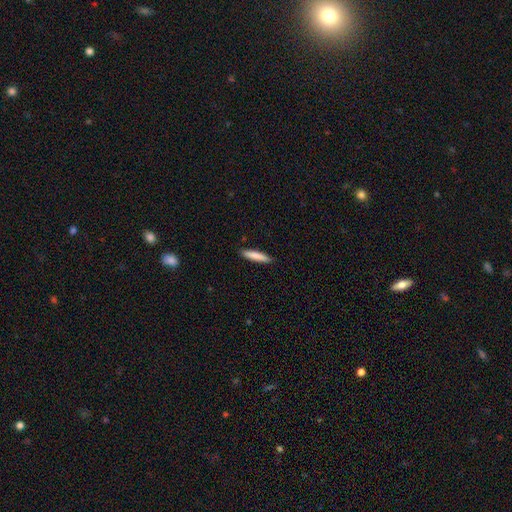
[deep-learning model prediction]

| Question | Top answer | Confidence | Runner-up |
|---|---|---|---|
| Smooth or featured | smooth | 82% | featured or disk (12%) |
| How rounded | cigar-shaped | 87% | in between (11%) |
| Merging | none | 90% | minor disturbance (7%) |